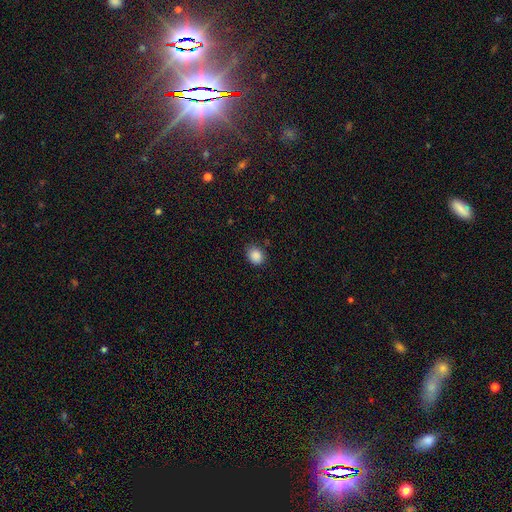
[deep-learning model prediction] A smooth galaxy with no disk features (87%) that is round (62%).

Vote fractions:
- Smooth or featured? smooth: 87% / star or artifact: 9% / featured or disk: 3%
- How rounded? round: 62% / in between: 37% / cigar-shaped: 1%
- Merging? none: 80% / minor disturbance: 15% / major disturbance: 3% / merger: 2%